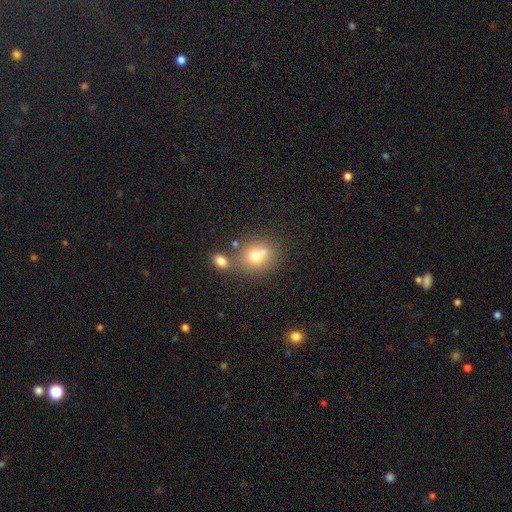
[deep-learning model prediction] Smooth or featured?
  - smooth: 71% *
  - featured or disk: 17%
  - star or artifact: 12%
How rounded?
  - round: 69% *
  - in between: 30%
  - cigar-shaped: 1%
Merging?
  - none: 52% *
  - merger: 30%
  - minor disturbance: 13%
  - major disturbance: 5%